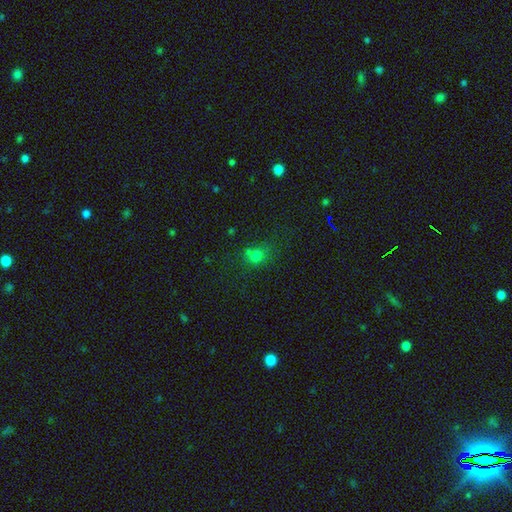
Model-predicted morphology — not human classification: type=smooth (71%); roundness=round (71%); merging=none (57%).